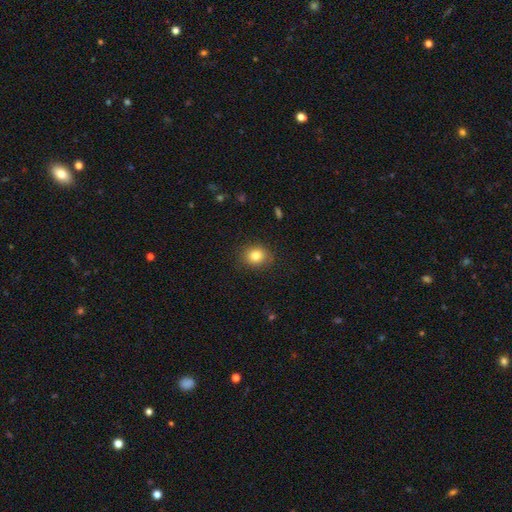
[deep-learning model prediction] Smooth or featured? Predicted: smooth (p=0.82). How rounded? Predicted: round (p=0.67). Merging? Predicted: none (p=0.85).